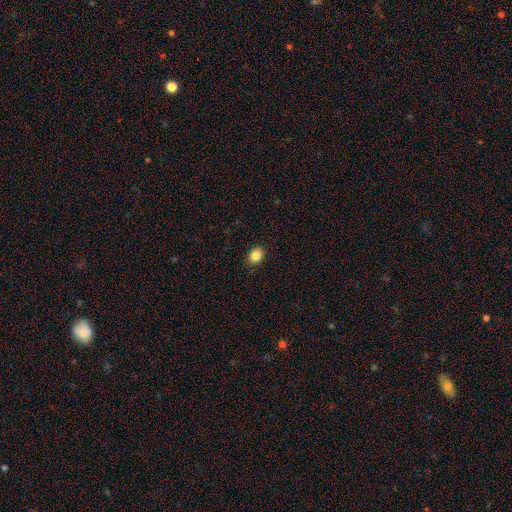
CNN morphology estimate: Smooth or featured: smooth — 86% (star or artifact — 9%)
How rounded: in between — 67% (round — 32%)
Merging: none — 88% (minor disturbance — 9%)